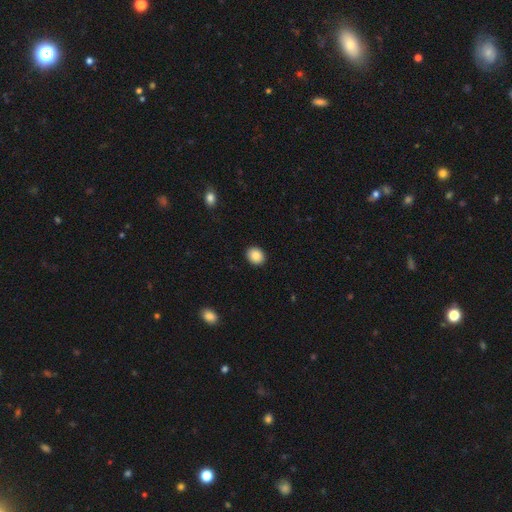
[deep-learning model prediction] Smooth or featured? Predicted: smooth (p=0.87). How rounded? Predicted: round (p=0.54). Merging? Predicted: none (p=0.91).